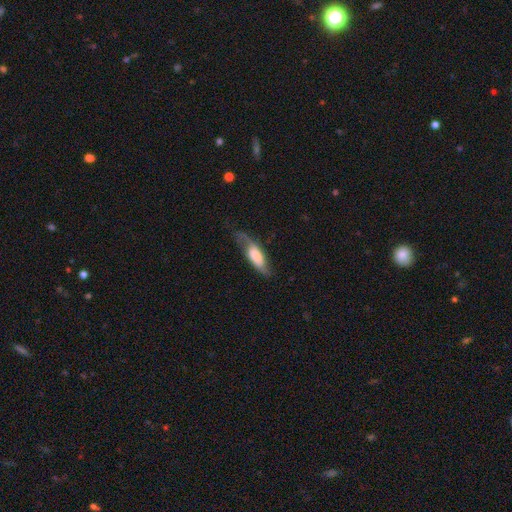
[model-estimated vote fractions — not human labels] A featured or disk galaxy (50%).

Vote fractions:
- Smooth or featured? featured or disk: 50% / smooth: 43% / star or artifact: 7%
- Edge-on disk? no: 68% / yes: 32%
- Merging? none: 55% / minor disturbance: 27% / major disturbance: 16% / merger: 2%